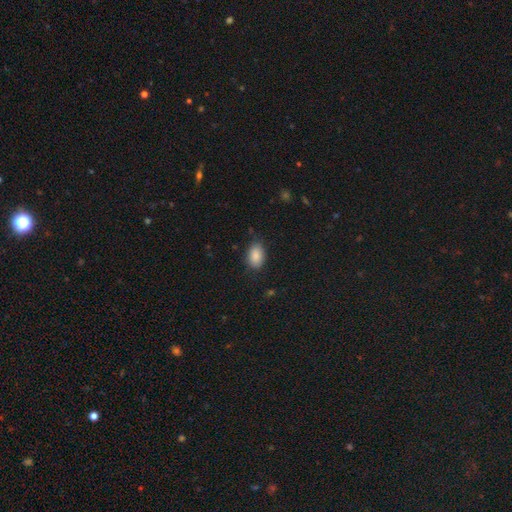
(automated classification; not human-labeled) Morphology: type=smooth (88%); roundness=in between (88%); merging=none (80%).